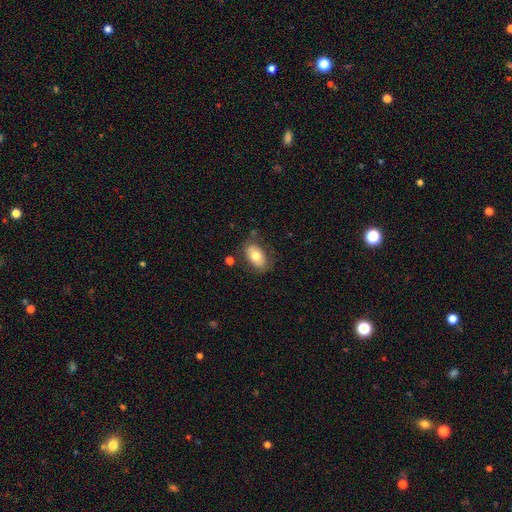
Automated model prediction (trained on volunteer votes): smooth 72%, featured or disk 21%, star or artifact 7%. Down the decision tree: how rounded — in between (91%); merging — none (72%).